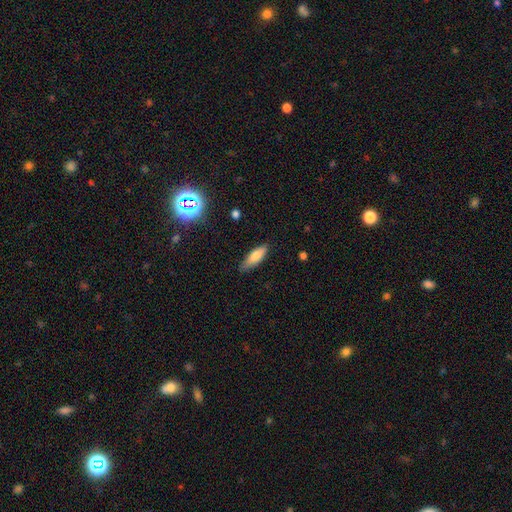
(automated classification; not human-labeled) A smooth galaxy with no disk features (77%) that is in between round and cigar-shaped (54%).

Vote fractions:
- Smooth or featured? smooth: 77% / featured or disk: 15% / star or artifact: 7%
- How rounded? in between: 54% / cigar-shaped: 44% / round: 2%
- Merging? none: 79% / minor disturbance: 17% / major disturbance: 3% / merger: 1%